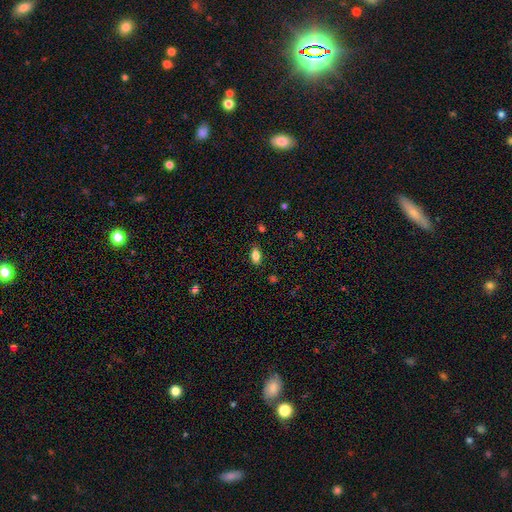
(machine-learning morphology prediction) A smooth galaxy with no disk features (81%) that is in between round and cigar-shaped (88%).

Vote fractions:
- Smooth or featured? smooth: 81% / featured or disk: 10% / star or artifact: 9%
- How rounded? in between: 88% / round: 7% / cigar-shaped: 6%
- Merging? none: 85% / minor disturbance: 11% / major disturbance: 2% / merger: 1%